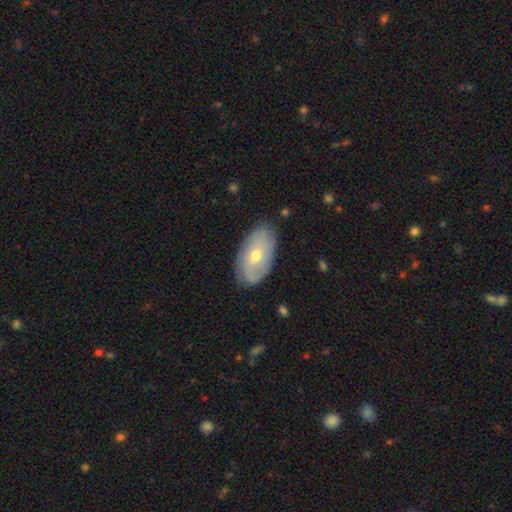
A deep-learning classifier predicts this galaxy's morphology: Smooth or featured? Predicted: featured or disk (p=0.50). Edge-on disk? Predicted: no (p=0.90). Merging? Predicted: none (p=0.80).